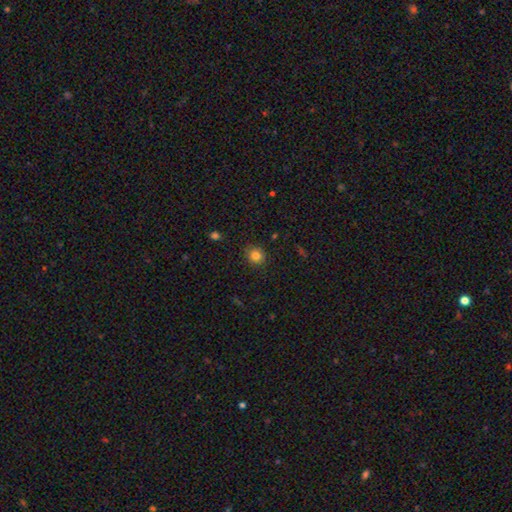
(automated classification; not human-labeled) A smooth galaxy with no disk features (82%) that is round (84%).

Vote fractions:
- Smooth or featured? smooth: 82% / star or artifact: 12% / featured or disk: 6%
- How rounded? round: 84% / in between: 15% / cigar-shaped: 1%
- Merging? none: 89% / minor disturbance: 8% / major disturbance: 2% / merger: 1%